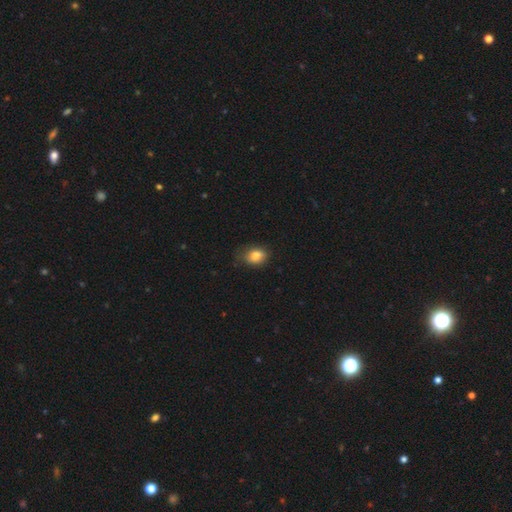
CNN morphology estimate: This is clearly a smooth galaxy (82%). How rounded: likely in between (65%). Merging: likely none (70%).